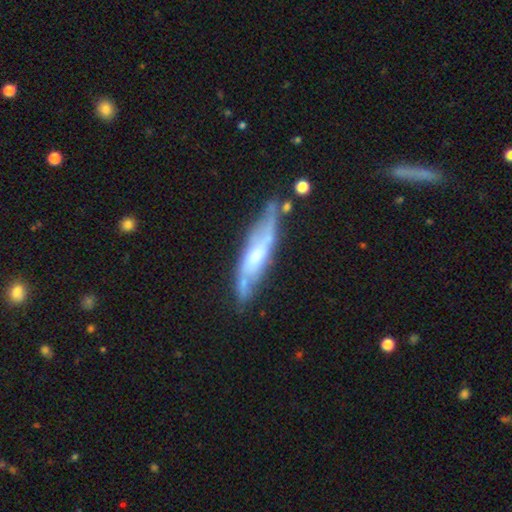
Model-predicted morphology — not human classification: type=featured or disk (64%); edge-on=yes (52%); merging=none (61%).